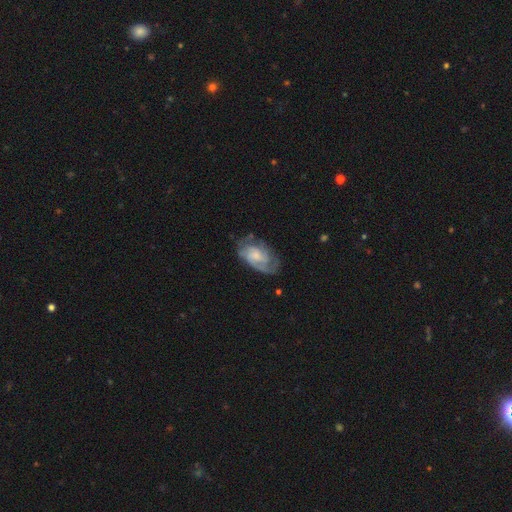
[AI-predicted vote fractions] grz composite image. It shows a featured or disk galaxy (69%) with no bar (64%), tight (42%) spiral arms (86%) and a small central bulge (37%). Merging: none (57%).